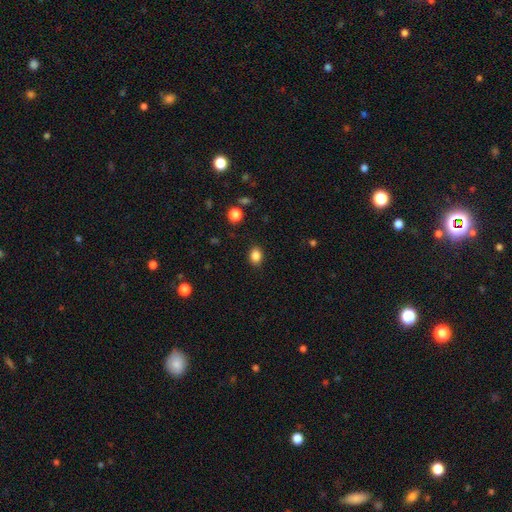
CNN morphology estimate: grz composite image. It shows a smooth galaxy with no disk features (85%) that is in between round and cigar-shaped (55%). Merging: none (88%).